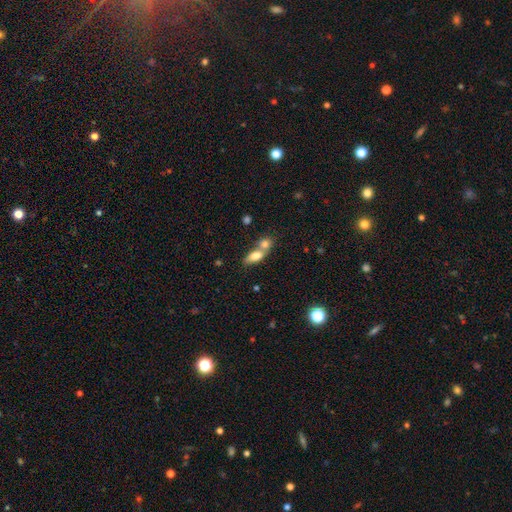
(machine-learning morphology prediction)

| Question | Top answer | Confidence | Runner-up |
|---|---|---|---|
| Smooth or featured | smooth | 75% | featured or disk (17%) |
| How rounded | in between | 74% | cigar-shaped (15%) |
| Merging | merger | 61% | none (27%) |